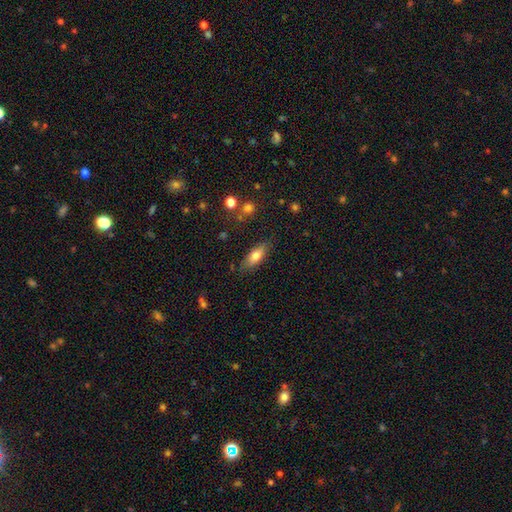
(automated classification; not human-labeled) This is likely a smooth galaxy (74%). How rounded: likely in between (71%). Merging: clearly none (80%).